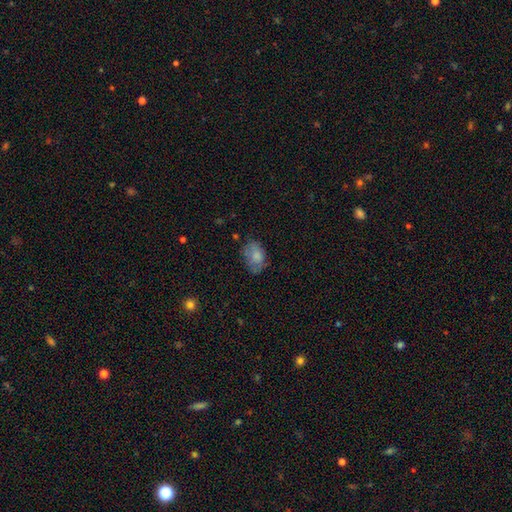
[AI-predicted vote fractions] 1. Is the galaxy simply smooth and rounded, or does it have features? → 75% smooth, 17% featured or disk, 8% star or artifact.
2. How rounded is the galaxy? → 84% in between, 14% round, 1% cigar-shaped.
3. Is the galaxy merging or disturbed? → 56% none, 30% minor disturbance, 12% major disturbance, 2% merger.